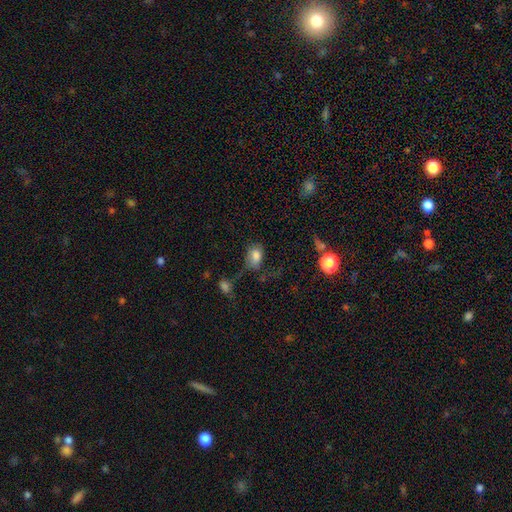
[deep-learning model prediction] A smooth galaxy with no disk features (79%) that is in between round and cigar-shaped (79%).

Vote fractions:
- Smooth or featured? smooth: 79% / star or artifact: 11% / featured or disk: 10%
- How rounded? in between: 79% / round: 19% / cigar-shaped: 2%
- Merging? none: 44% / minor disturbance: 27% / major disturbance: 22% / merger: 8%